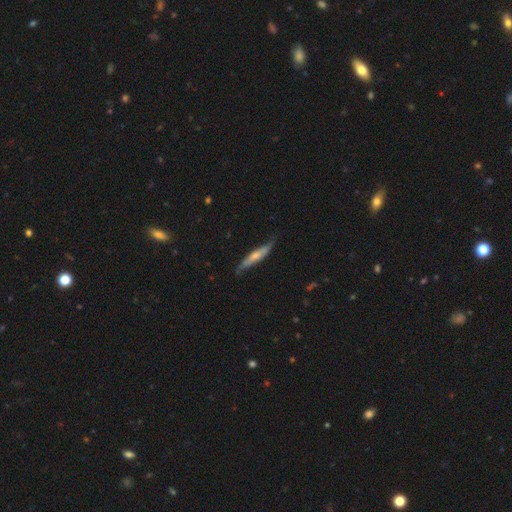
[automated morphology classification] type=featured or disk (51%); edge-on=yes (73%); merging=none (65%).